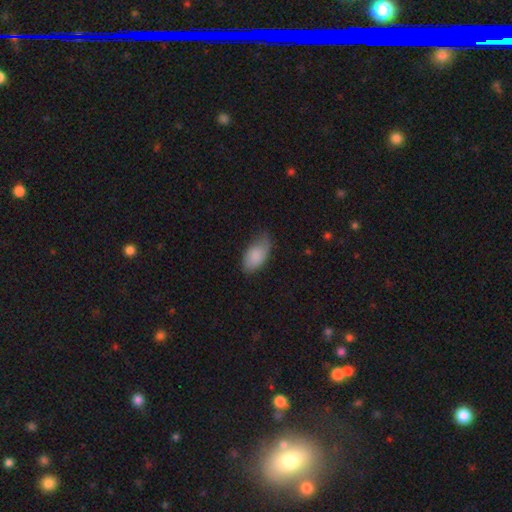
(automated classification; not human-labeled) Smooth or featured?
  - smooth: 84% *
  - featured or disk: 10%
  - star or artifact: 6%
How rounded?
  - in between: 94% *
  - cigar-shaped: 3%
  - round: 3%
Merging?
  - none: 59% *
  - minor disturbance: 32%
  - major disturbance: 7%
  - merger: 1%